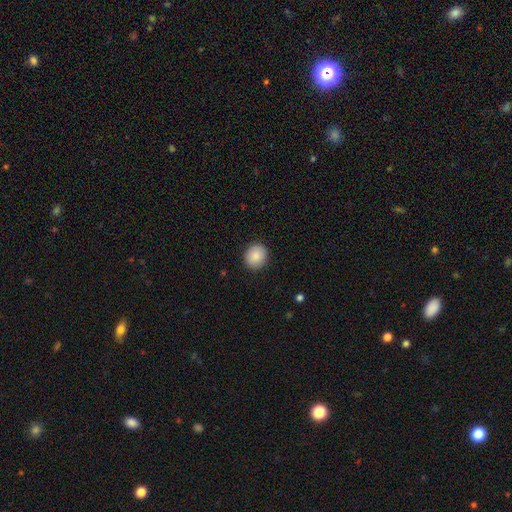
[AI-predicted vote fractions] Q: Smooth or featured?
A: smooth (87%); runner-up: star or artifact (8%)
Q: How rounded?
A: round (85%); runner-up: in between (14%)
Q: Merging?
A: none (91%); runner-up: minor disturbance (6%)